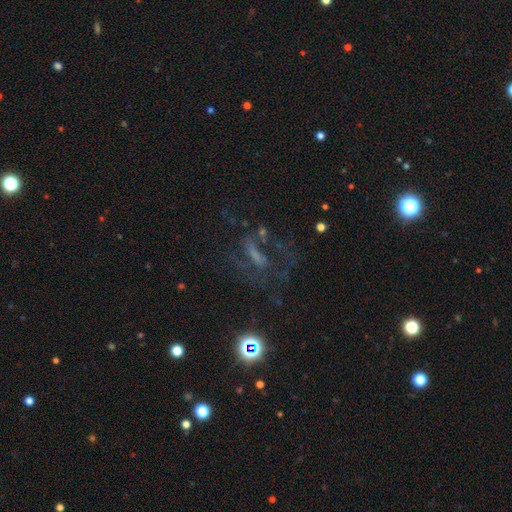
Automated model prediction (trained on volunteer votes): A featured or disk galaxy (46%). Merging: none (47%).